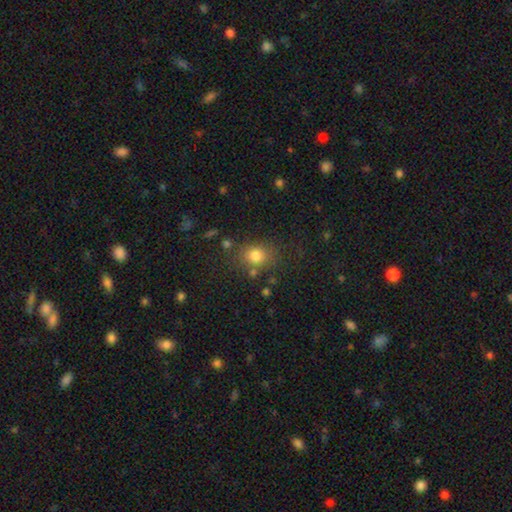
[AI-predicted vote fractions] Smooth or featured?
  - smooth: 79% *
  - star or artifact: 13%
  - featured or disk: 8%
How rounded?
  - round: 65% *
  - in between: 34%
  - cigar-shaped: 1%
Merging?
  - none: 73% *
  - minor disturbance: 14%
  - merger: 7%
  - major disturbance: 6%